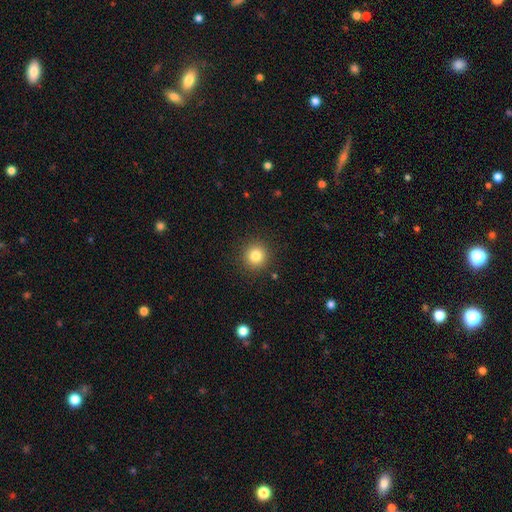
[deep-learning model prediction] This is clearly a smooth galaxy (82%). How rounded: clearly round (93%). Merging: clearly none (91%).